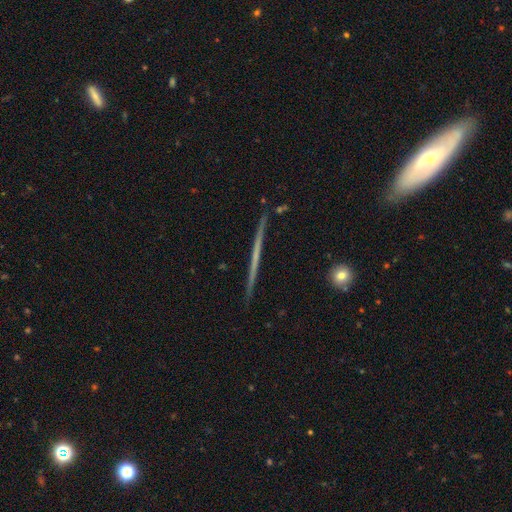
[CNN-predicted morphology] This appears to be a featured or disk galaxy (67%) viewed edge-on (98%) with no central bulge (90%). Merging: none (91%).